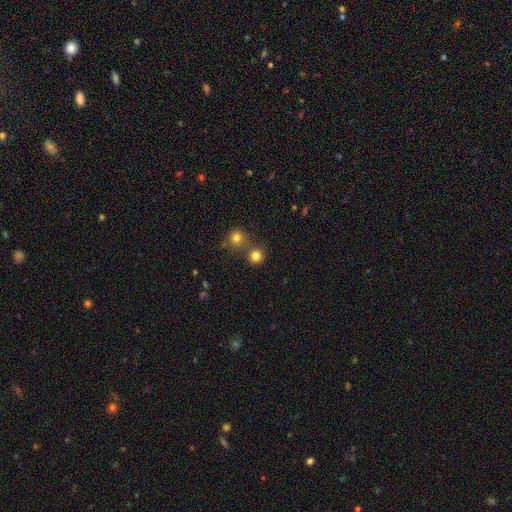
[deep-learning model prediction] Smooth or featured?
  - smooth: 81% *
  - star or artifact: 14%
  - featured or disk: 5%
How rounded?
  - round: 90% *
  - in between: 9%
  - cigar-shaped: 1%
Merging?
  - none: 68% *
  - merger: 22%
  - minor disturbance: 7%
  - major disturbance: 3%